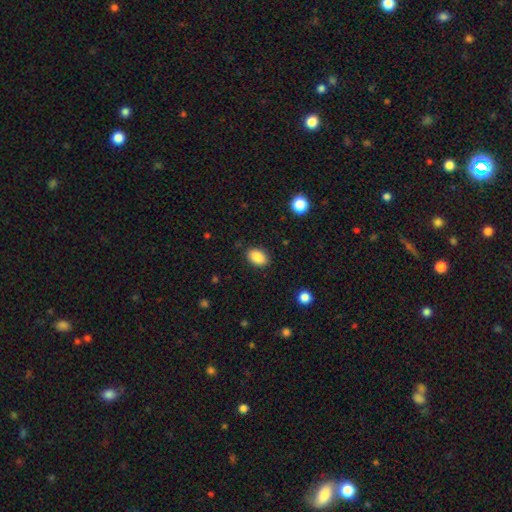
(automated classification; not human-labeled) This is clearly a smooth galaxy (87%). How rounded: clearly in between (84%). Merging: clearly none (87%).